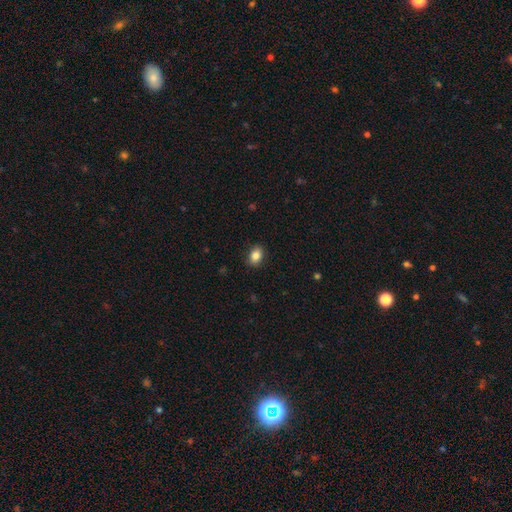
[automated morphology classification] The model was most divided on "how rounded": in between: 73%, round: 25%, cigar-shaped: 1%. More confident: merging — none (88%); smooth or featured — smooth (85%).